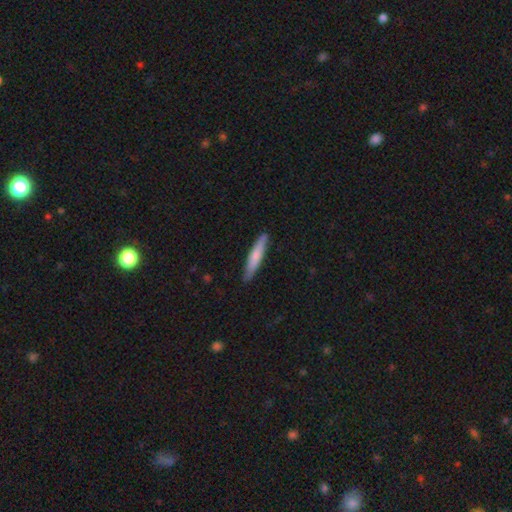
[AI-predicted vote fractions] Overall: smooth (70%). How rounded: cigar-shaped (91%). Merging: none (87%).